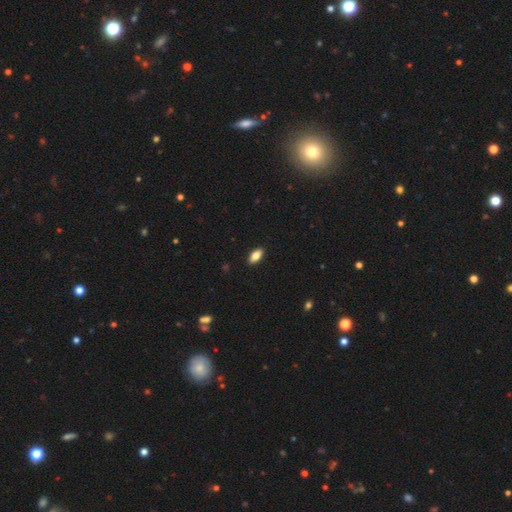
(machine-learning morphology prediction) A smooth galaxy with no disk features (80%) that is in between round and cigar-shaped (89%). Merging: none (90%).